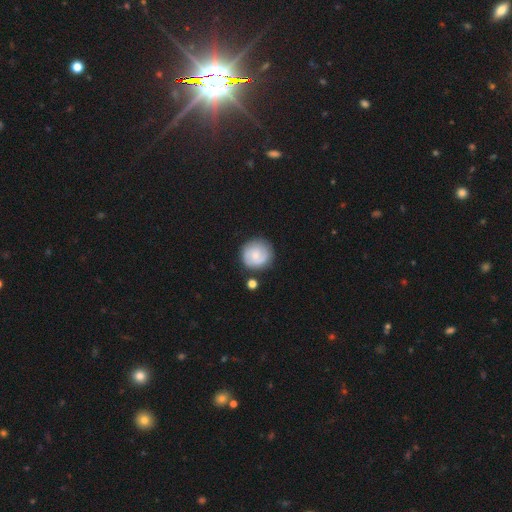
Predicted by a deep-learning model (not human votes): Smooth or featured?
  - smooth: 56% *
  - featured or disk: 38%
  - star or artifact: 7%
How rounded?
  - round: 93% *
  - in between: 6%
  - cigar-shaped: 1%
Merging?
  - none: 79% *
  - minor disturbance: 13%
  - merger: 4%
  - major disturbance: 4%